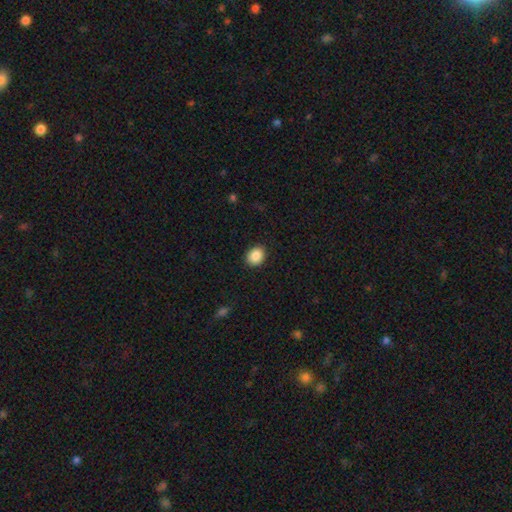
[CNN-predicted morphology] This is clearly a smooth galaxy (88%). How rounded: possibly round (57%). Merging: clearly none (89%).